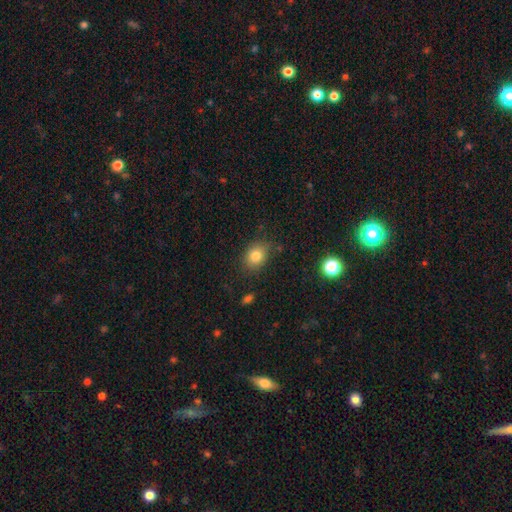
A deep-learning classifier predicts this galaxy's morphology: smooth-or-featured: smooth: 79% | star or artifact: 12% | featured or disk: 9%
  how-rounded: in between: 52% | round: 46% | cigar-shaped: 1%
  merging: none: 76% | minor disturbance: 17% | major disturbance: 4% | merger: 2%